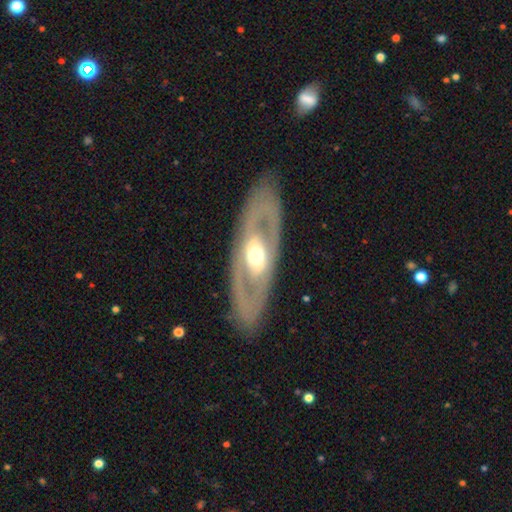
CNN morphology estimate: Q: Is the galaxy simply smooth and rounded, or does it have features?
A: featured or disk — 76%.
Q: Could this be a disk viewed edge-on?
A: no — 82%.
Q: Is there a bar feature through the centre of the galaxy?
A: no — 64%.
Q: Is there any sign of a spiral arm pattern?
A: no — 62%.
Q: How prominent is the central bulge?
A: moderate — 70%.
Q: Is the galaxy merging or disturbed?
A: none — 84%.